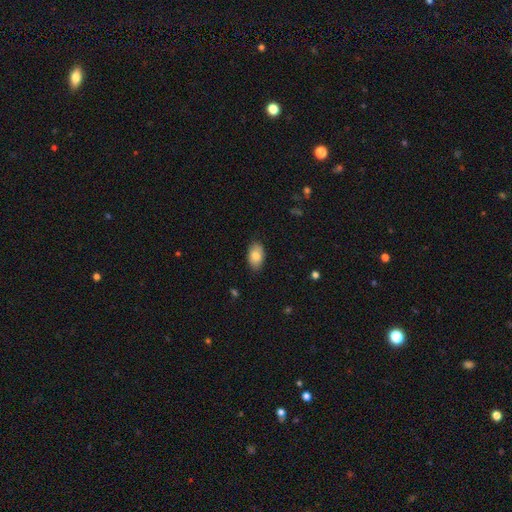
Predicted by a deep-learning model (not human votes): smooth-or-featured: smooth: 82% | featured or disk: 11% | star or artifact: 7%
  how-rounded: in between: 93% | round: 6% | cigar-shaped: 2%
  merging: none: 85% | minor disturbance: 12% | major disturbance: 2% | merger: 1%